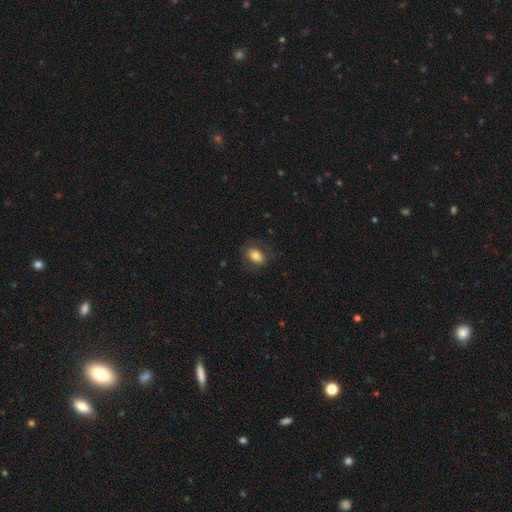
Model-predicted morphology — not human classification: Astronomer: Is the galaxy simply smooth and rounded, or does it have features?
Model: smooth — 75%.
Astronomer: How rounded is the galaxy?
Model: in between — 86%.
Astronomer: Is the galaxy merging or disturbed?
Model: none — 73%.